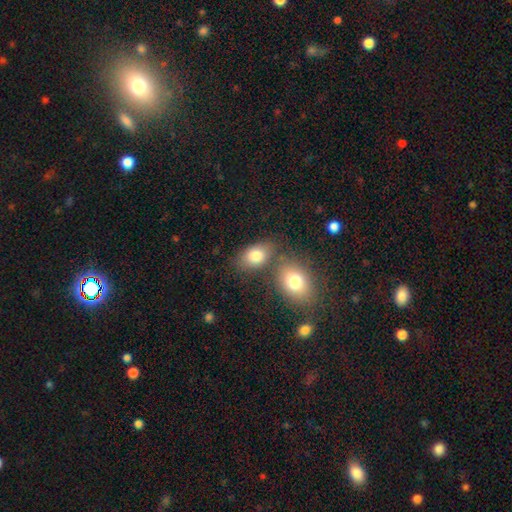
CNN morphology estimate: smooth_or_featured: smooth (p=0.80) [alt: featured or disk p=0.11]
how_rounded: in between (p=0.79) [alt: round p=0.19]
merging: none (p=0.57) [alt: merger p=0.25]